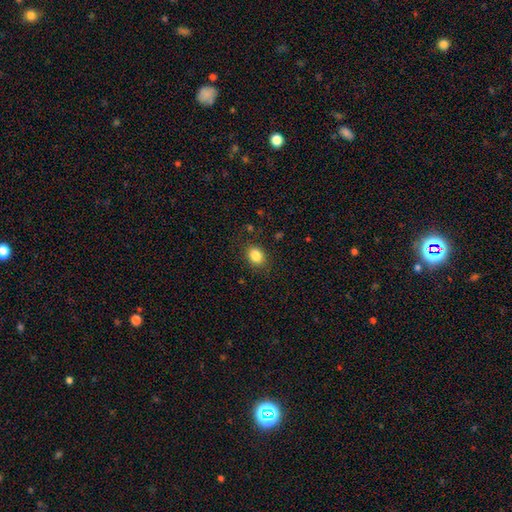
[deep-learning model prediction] This appears to be a smooth galaxy with no disk features (85%) that is in between round and cigar-shaped (54%). Merging: none (84%).